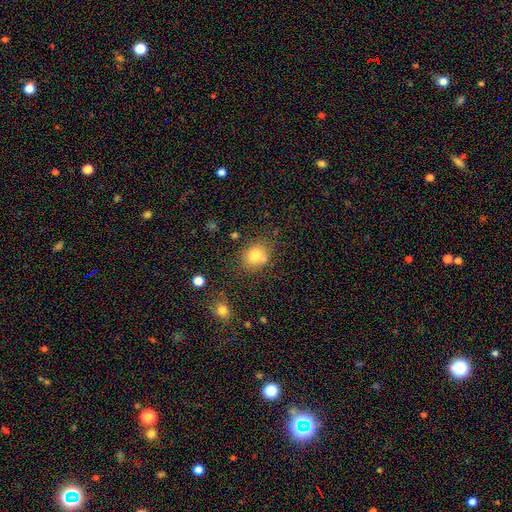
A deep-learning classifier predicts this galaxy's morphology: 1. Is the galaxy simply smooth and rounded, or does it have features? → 81% smooth, 11% star or artifact, 8% featured or disk.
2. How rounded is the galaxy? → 53% round, 46% in between, 1% cigar-shaped.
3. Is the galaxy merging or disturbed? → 67% none, 16% minor disturbance, 11% merger, 5% major disturbance.